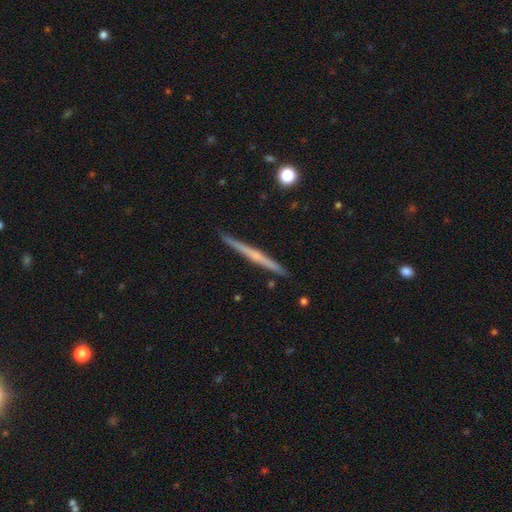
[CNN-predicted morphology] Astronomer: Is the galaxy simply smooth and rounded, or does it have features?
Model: featured or disk — 69%.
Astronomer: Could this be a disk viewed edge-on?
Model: yes — 98%.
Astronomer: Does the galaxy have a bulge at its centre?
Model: none — 48% (runner-up: rounded, 46%).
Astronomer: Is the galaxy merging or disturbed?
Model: none — 91%.